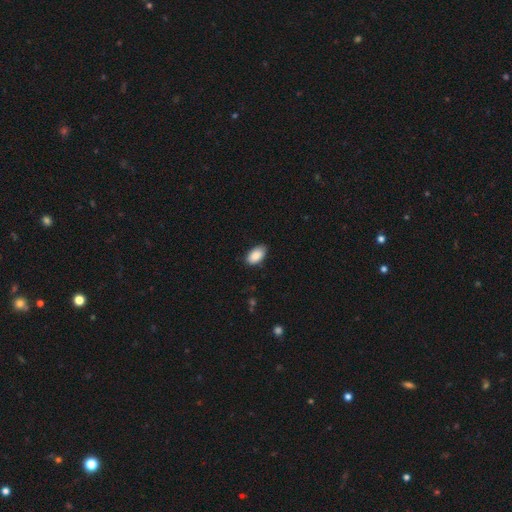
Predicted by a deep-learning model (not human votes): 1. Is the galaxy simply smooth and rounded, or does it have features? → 89% smooth, 7% star or artifact, 5% featured or disk.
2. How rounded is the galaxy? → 94% in between, 4% round, 2% cigar-shaped.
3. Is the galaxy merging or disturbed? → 81% none, 15% minor disturbance, 2% major disturbance, 1% merger.